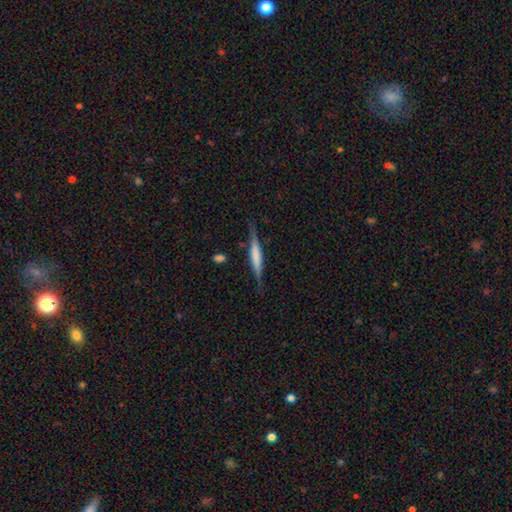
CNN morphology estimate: The model was most divided on "smooth or featured": featured or disk: 54%, smooth: 40%, star or artifact: 6%. Remaining: edge-on disk — yes (95%); merging — none (78%); edge-on bulge — boxy (45%).